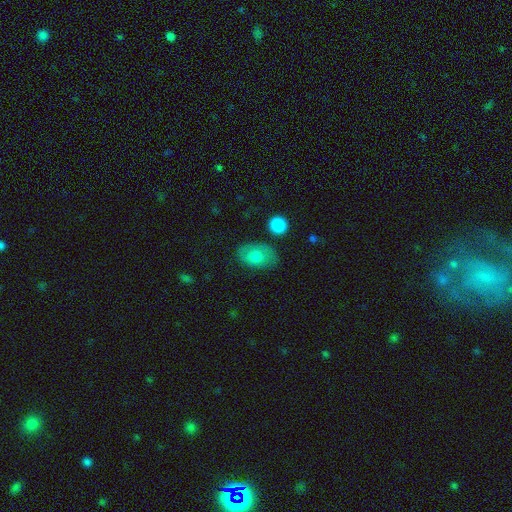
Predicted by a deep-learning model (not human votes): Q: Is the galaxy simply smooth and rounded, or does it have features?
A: smooth — 73%.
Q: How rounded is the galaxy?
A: in between — 86%.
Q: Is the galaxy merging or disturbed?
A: none — 69%.